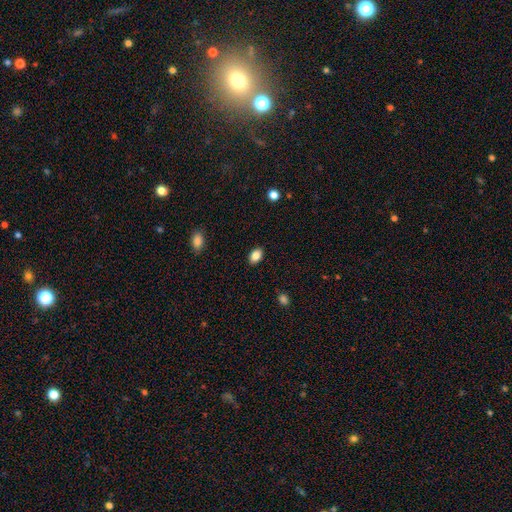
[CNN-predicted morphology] smooth-or-featured: smooth: 86% | star or artifact: 9% | featured or disk: 6%
  how-rounded: in between: 85% | round: 14% | cigar-shaped: 1%
  merging: none: 88% | minor disturbance: 8% | major disturbance: 2% | merger: 1%